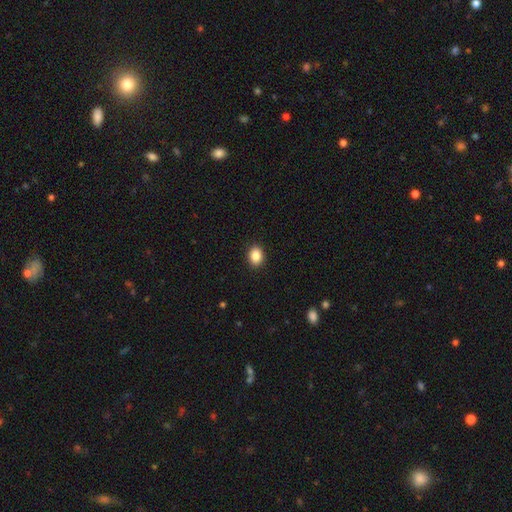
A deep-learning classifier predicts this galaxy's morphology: A smooth galaxy with no disk features (87%) that is in between round and cigar-shaped (59%). Merging: none (91%).